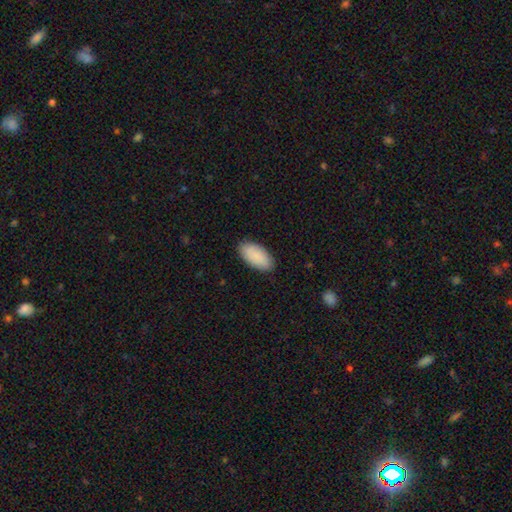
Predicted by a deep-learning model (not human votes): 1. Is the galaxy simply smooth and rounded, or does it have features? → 90% smooth, 6% star or artifact, 4% featured or disk.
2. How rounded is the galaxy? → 94% in between, 4% cigar-shaped, 2% round.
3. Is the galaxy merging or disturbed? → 87% none, 10% minor disturbance, 2% major disturbance, 1% merger.